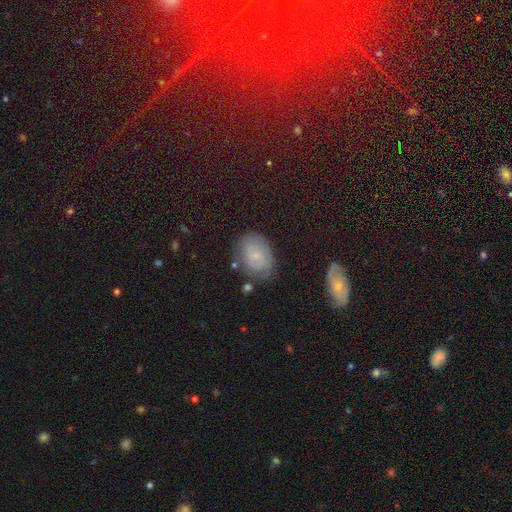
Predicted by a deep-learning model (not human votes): The model was most divided on "smooth or featured": featured or disk: 43%, smooth: 42%, star or artifact: 15%. More confident: merging — none (67%).